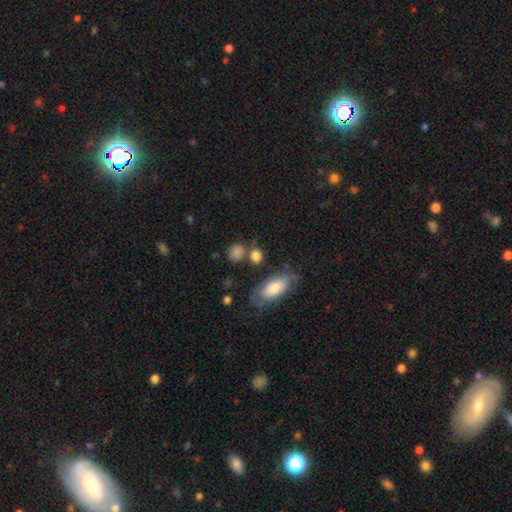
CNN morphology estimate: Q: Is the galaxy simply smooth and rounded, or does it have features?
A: smooth — 82%.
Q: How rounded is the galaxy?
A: round — 59%.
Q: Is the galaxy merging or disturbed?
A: none — 65%.